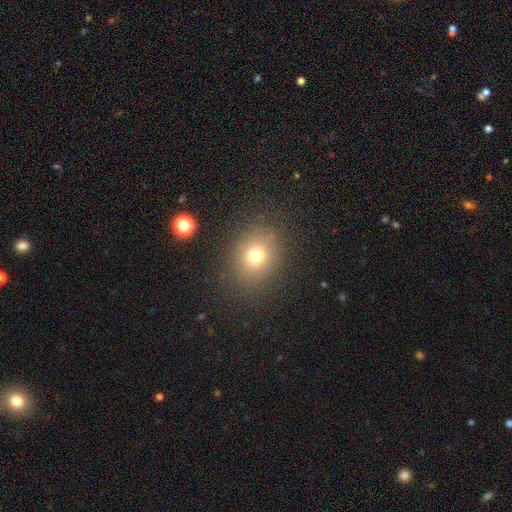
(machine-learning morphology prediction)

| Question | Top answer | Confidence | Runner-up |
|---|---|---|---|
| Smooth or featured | smooth | 73% | star or artifact (16%) |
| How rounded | round | 60% | in between (39%) |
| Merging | none | 84% | minor disturbance (10%) |